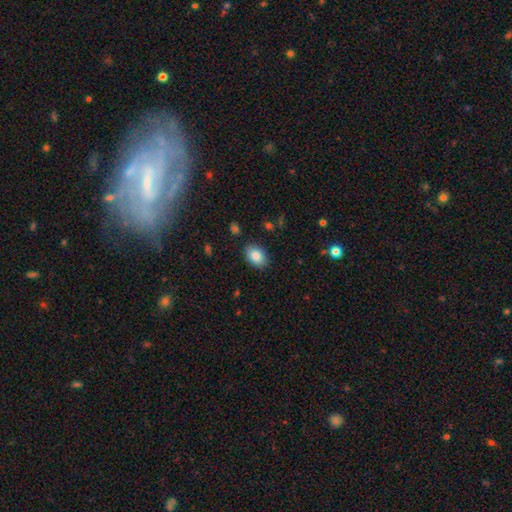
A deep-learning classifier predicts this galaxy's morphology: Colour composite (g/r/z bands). It shows a smooth galaxy with no disk features (85%) that is in between round and cigar-shaped (86%). Merging: none (87%).